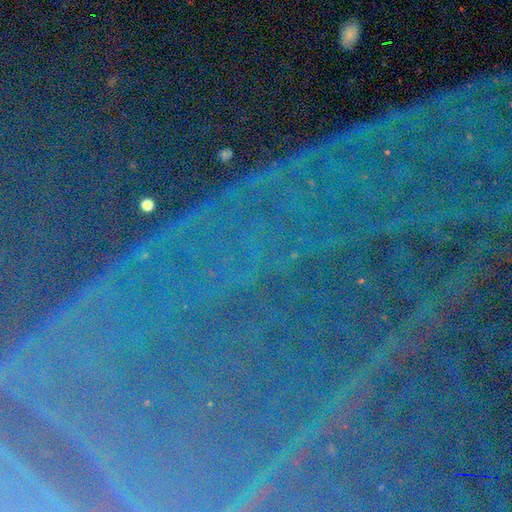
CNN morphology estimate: Q: Smooth or featured?
A: star or artifact (87%); runner-up: featured or disk (7%)